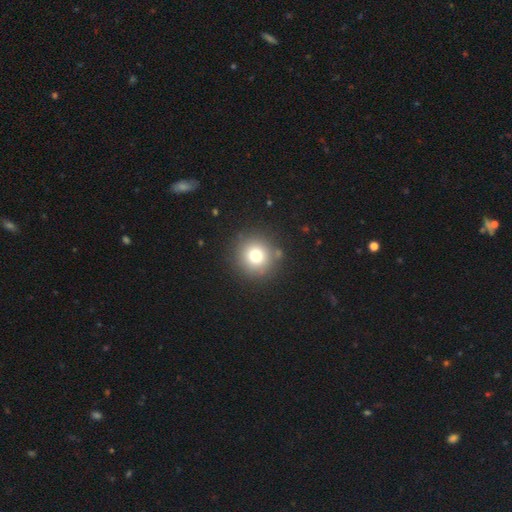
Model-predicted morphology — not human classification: Smooth or featured? Predicted: smooth (p=0.75). How rounded? Predicted: round (p=0.93). Merging? Predicted: none (p=0.86).